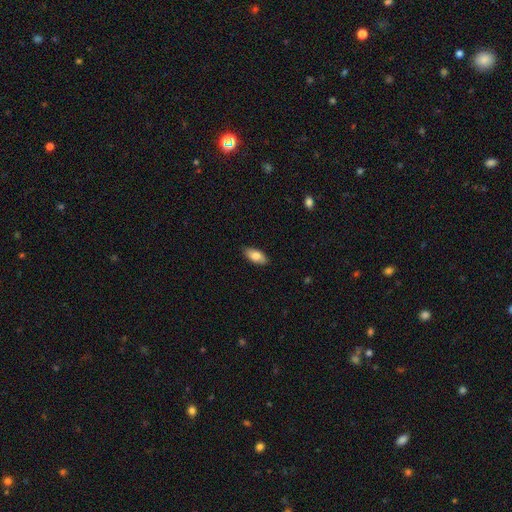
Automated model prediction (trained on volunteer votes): A smooth galaxy with no disk features (80%) that is in between round and cigar-shaped (90%).

Vote fractions:
- Smooth or featured? smooth: 80% / featured or disk: 14% / star or artifact: 6%
- How rounded? in between: 90% / cigar-shaped: 8% / round: 3%
- Merging? none: 88% / minor disturbance: 10% / major disturbance: 2% / merger: 1%